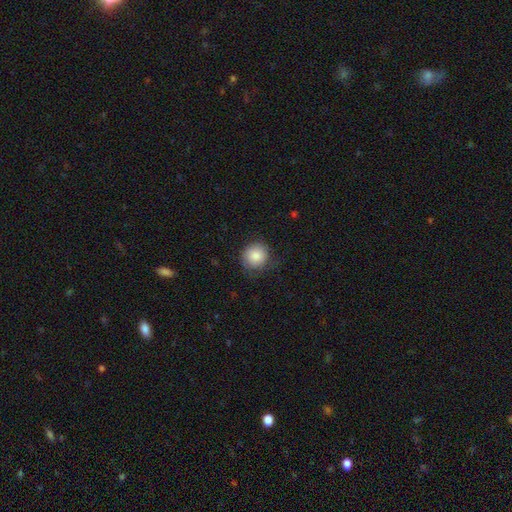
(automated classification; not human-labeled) The model was most divided on "merging": none: 76%, minor disturbance: 18%, major disturbance: 5%, merger: 1%. More confident: how rounded — round (88%); smooth or featured — smooth (85%).